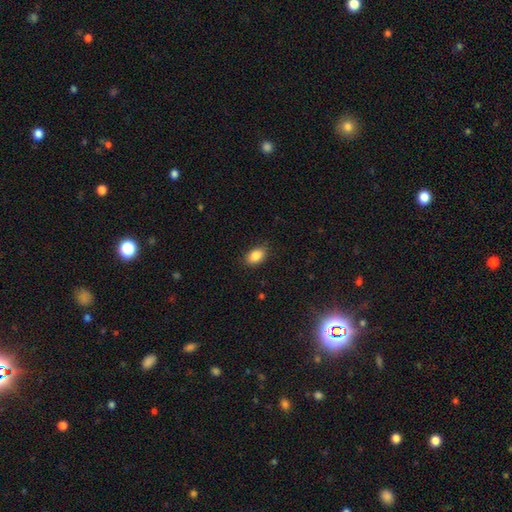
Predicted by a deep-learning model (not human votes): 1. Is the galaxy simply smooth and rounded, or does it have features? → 87% smooth, 8% star or artifact, 5% featured or disk.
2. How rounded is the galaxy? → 87% in between, 12% round, 2% cigar-shaped.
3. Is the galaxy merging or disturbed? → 85% none, 11% minor disturbance, 3% major disturbance, 1% merger.